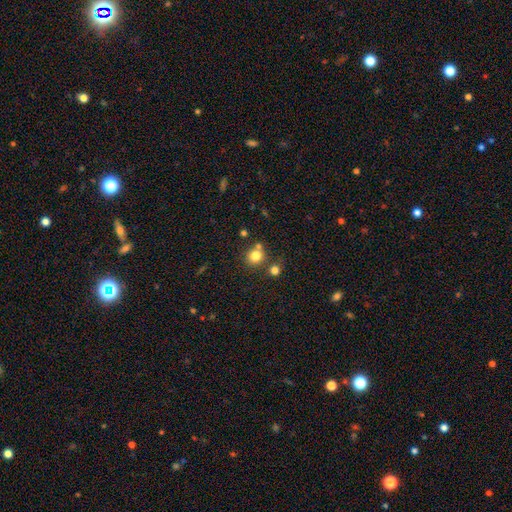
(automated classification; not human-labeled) smooth_or_featured: smooth (p=0.79) [alt: star or artifact p=0.13]
how_rounded: round (p=0.85) [alt: in between p=0.14]
merging: none (p=0.64) [alt: merger p=0.22]